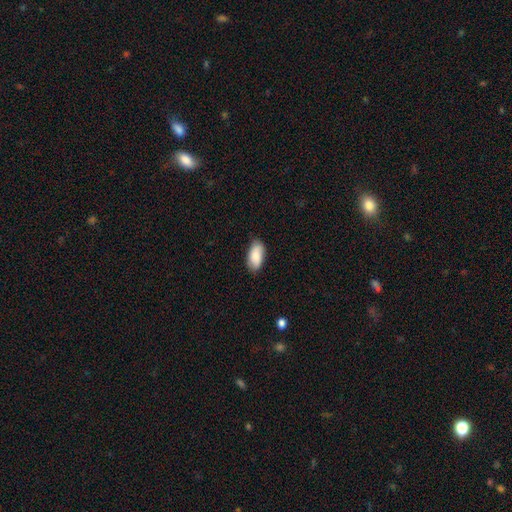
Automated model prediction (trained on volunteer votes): smooth-or-featured: smooth: 83% | featured or disk: 11% | star or artifact: 6%
  how-rounded: in between: 92% | cigar-shaped: 5% | round: 3%
  merging: none: 81% | minor disturbance: 15% | major disturbance: 3% | merger: 1%